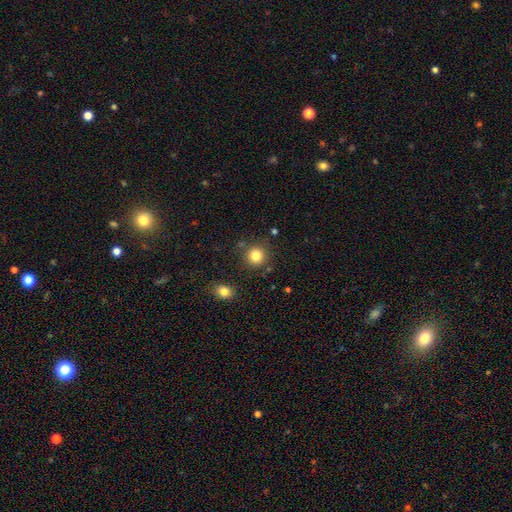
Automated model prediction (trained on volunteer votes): Smooth or featured: smooth — 83% (star or artifact — 11%)
How rounded: round — 92% (in between — 7%)
Merging: none — 84% (minor disturbance — 8%)